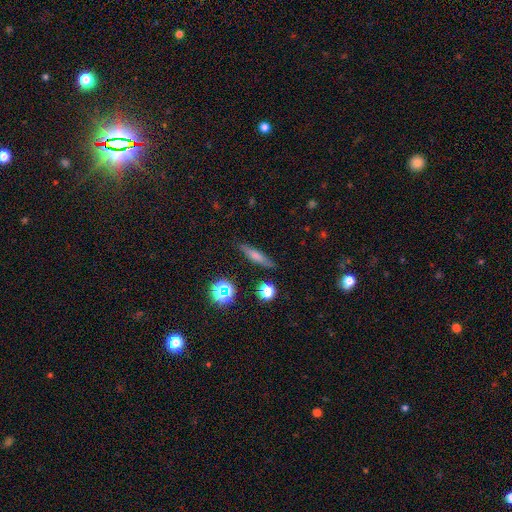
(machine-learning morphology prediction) Smooth or featured: smooth — 62% (featured or disk — 25%)
How rounded: cigar-shaped — 75% (in between — 19%)
Merging: none — 83% (minor disturbance — 12%)